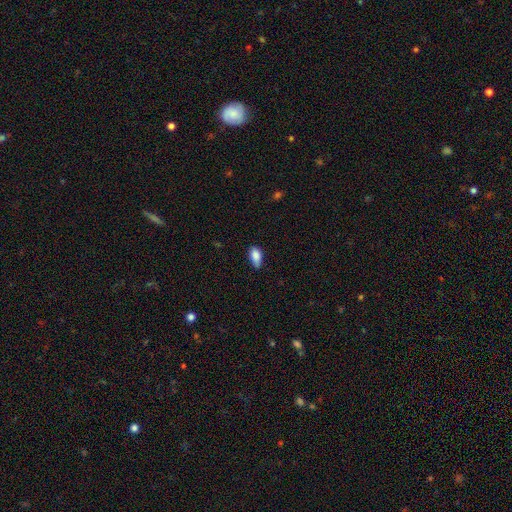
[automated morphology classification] A smooth galaxy with no disk features (85%) that is in between round and cigar-shaped (90%).

Vote fractions:
- Smooth or featured? smooth: 85% / featured or disk: 8% / star or artifact: 7%
- How rounded? in between: 90% / cigar-shaped: 6% / round: 4%
- Merging? none: 61% / minor disturbance: 32% / major disturbance: 5% / merger: 2%